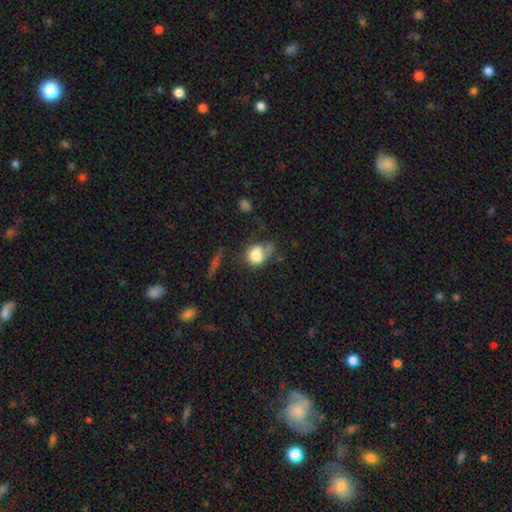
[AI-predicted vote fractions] Overall: smooth (76%). How rounded: round (62%; in between 36%). Merging: none (36%; minor disturbance 25%).